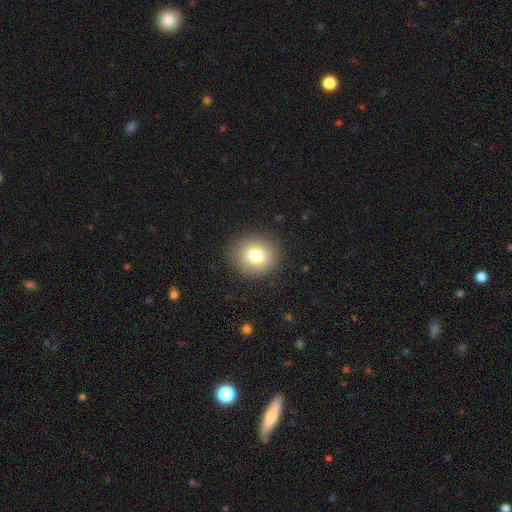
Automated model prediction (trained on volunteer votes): Smooth or featured: smooth — 79% (star or artifact — 11%)
How rounded: round — 86% (in between — 14%)
Merging: none — 90% (minor disturbance — 7%)